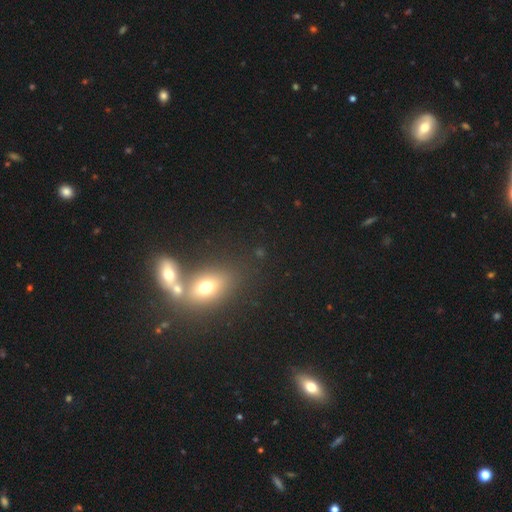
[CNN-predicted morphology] A smooth galaxy with no disk features (55%) that is in between round and cigar-shaped (68%). Merging: merger (43%, tied with none).